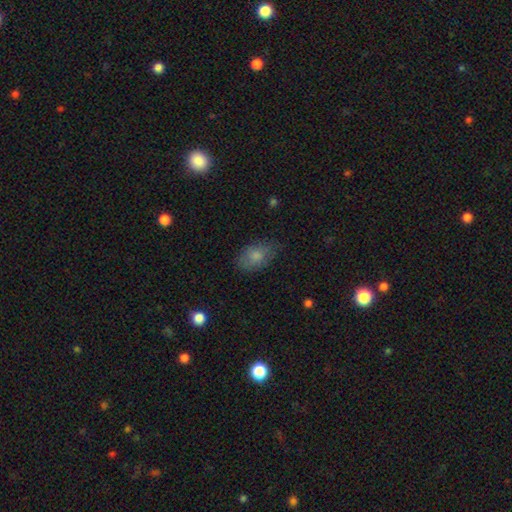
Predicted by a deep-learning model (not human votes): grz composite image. It shows a smooth galaxy with no disk features (80%) that is in between round and cigar-shaped (87%). Merging: none (70%).